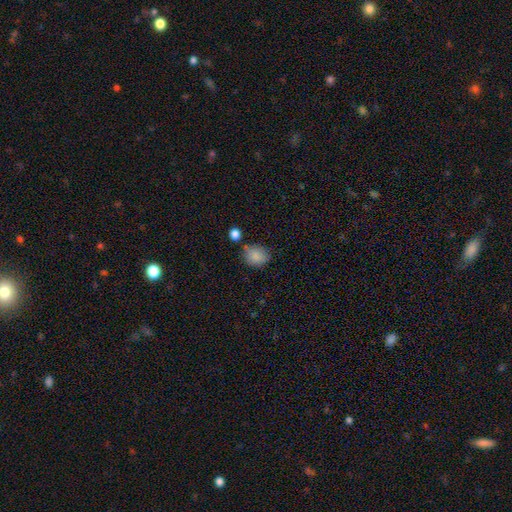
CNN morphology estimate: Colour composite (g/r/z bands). It shows a smooth galaxy with no disk features (87%) that is round (57%). Merging: none (71%).